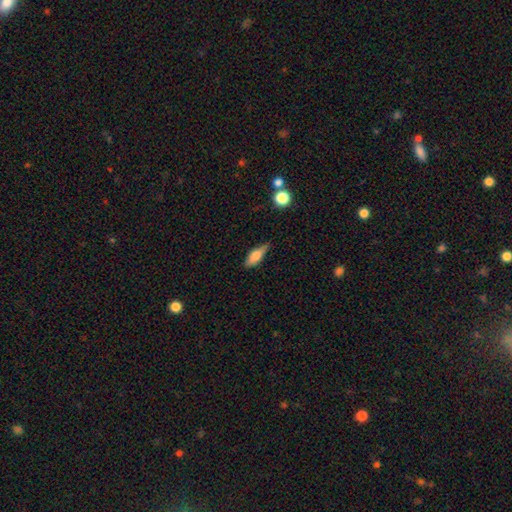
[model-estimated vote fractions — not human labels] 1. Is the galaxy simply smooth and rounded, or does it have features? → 69% smooth, 24% featured or disk, 7% star or artifact.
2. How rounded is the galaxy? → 60% in between, 37% cigar-shaped, 3% round.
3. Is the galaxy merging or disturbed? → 72% none, 21% minor disturbance, 4% major disturbance, 2% merger.